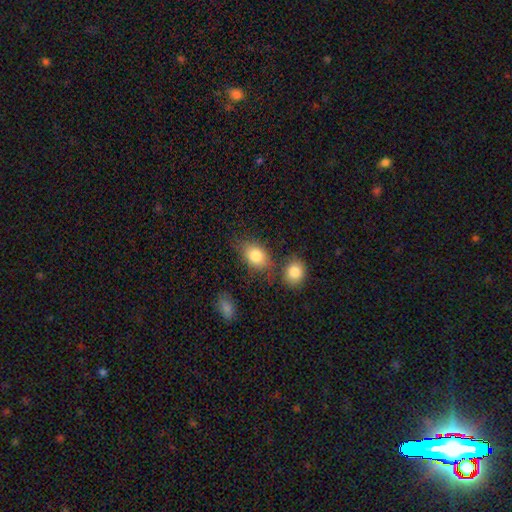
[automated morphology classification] The model was most divided on "merging": none: 60%, merger: 18%, minor disturbance: 17%, major disturbance: 6%. More confident: smooth or featured — smooth (83%); how rounded — in between (78%).